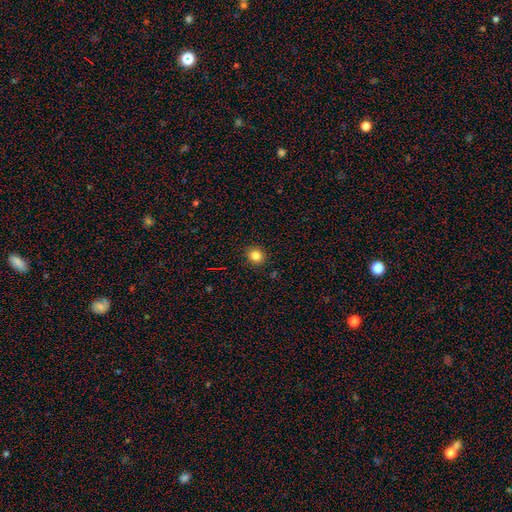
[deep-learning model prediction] This appears to be a smooth galaxy with no disk features (83%) that is round (77%). Merging: none (90%).